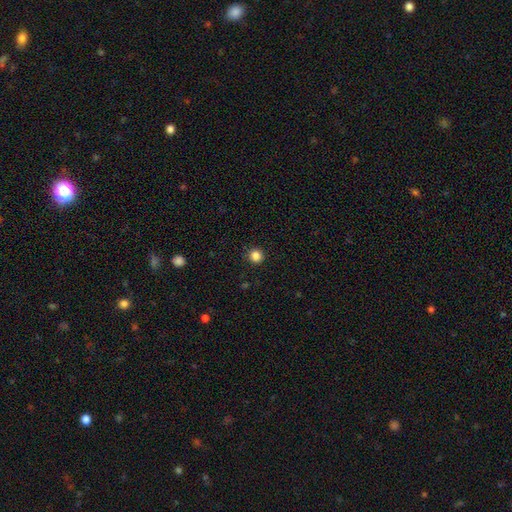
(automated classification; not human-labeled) Smooth or featured? Predicted: smooth (p=0.85). How rounded? Predicted: round (p=0.95). Merging? Predicted: none (p=0.92).